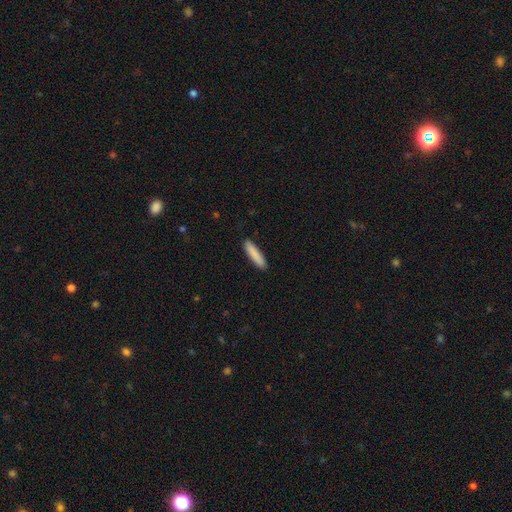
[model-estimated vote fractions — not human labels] The model was most divided on "how rounded": cigar-shaped: 85%, in between: 14%, round: 1%. More confident: merging — none (90%); smooth or featured — smooth (87%).